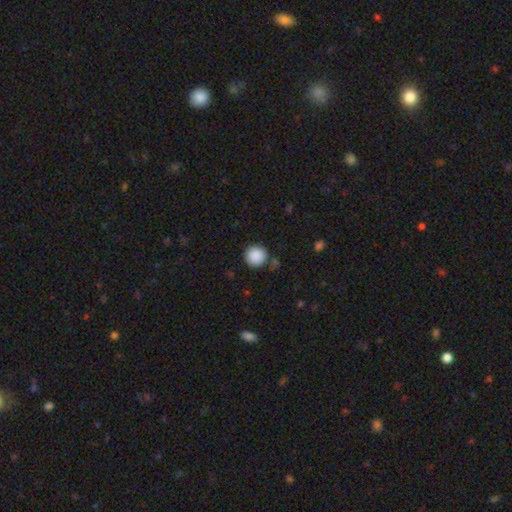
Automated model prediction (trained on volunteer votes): smooth-or-featured: smooth: 89% | star or artifact: 8% | featured or disk: 3%
  how-rounded: round: 95% | in between: 4% | cigar-shaped: 1%
  merging: none: 85% | minor disturbance: 8% | merger: 4% | major disturbance: 3%